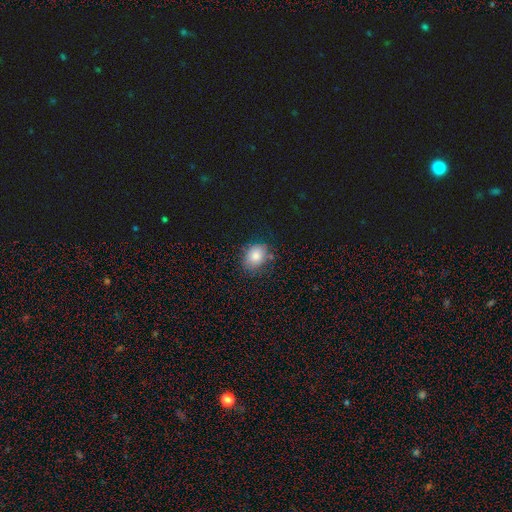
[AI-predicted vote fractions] Smooth or featured? Predicted: smooth (p=0.81). How rounded? Predicted: round (p=0.52). Merging? Predicted: none (p=0.72).